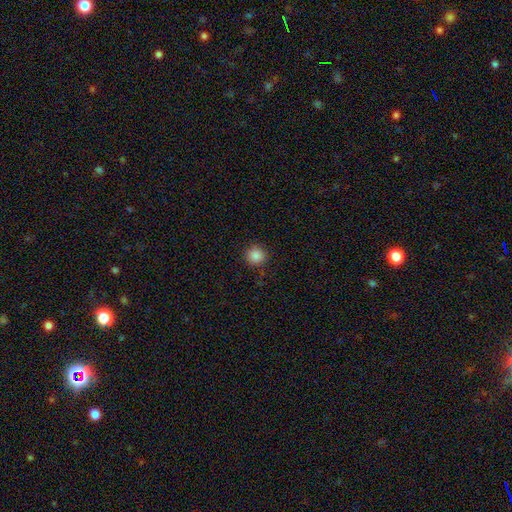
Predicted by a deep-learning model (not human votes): smooth 87%, star or artifact 10%, featured or disk 3%. Down the decision tree: how rounded — round (94%); merging — none (90%).